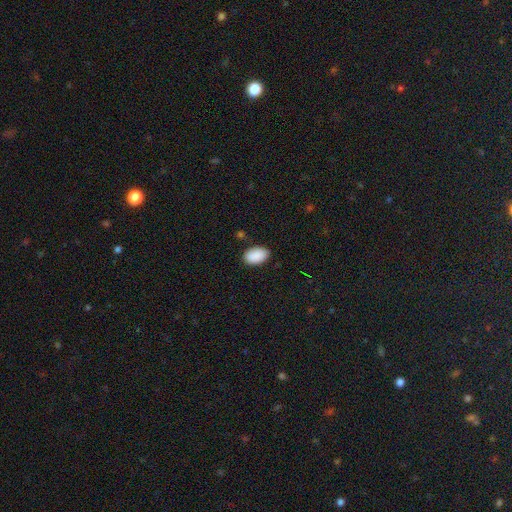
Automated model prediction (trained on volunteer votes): Smooth or featured?
  - smooth: 91% *
  - star or artifact: 7%
  - featured or disk: 3%
How rounded?
  - in between: 92% *
  - round: 6%
  - cigar-shaped: 1%
Merging?
  - none: 86% *
  - minor disturbance: 11%
  - major disturbance: 2%
  - merger: 1%